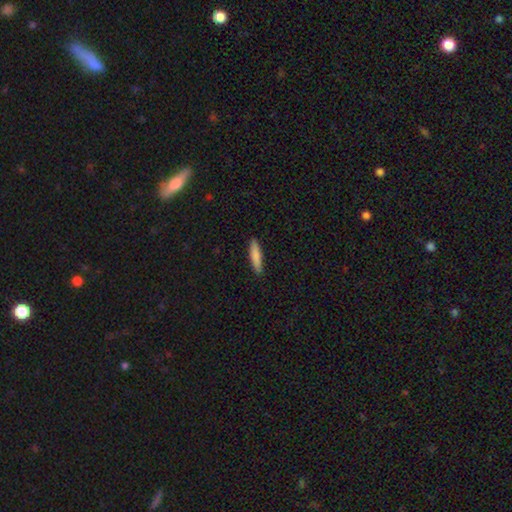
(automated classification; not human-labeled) Overall: smooth (84%). How rounded: cigar-shaped (83%). Merging: none (89%).